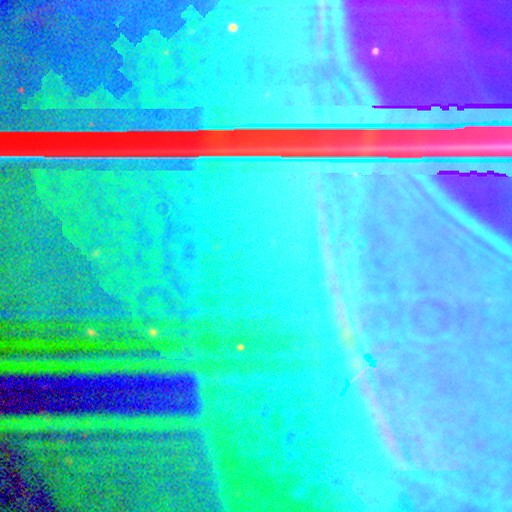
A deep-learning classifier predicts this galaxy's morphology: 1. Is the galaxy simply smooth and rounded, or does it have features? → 86% star or artifact, 7% featured or disk, 7% smooth.